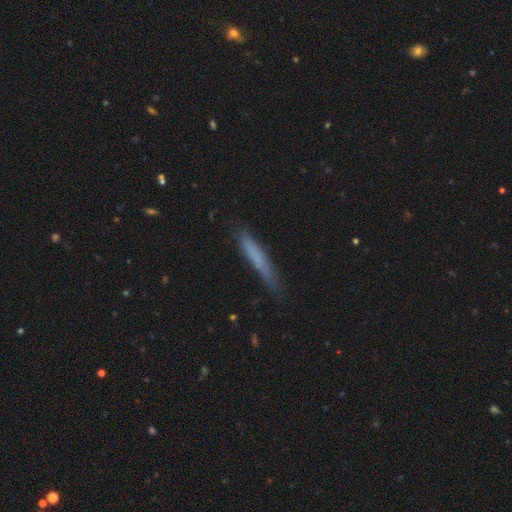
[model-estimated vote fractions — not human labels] Morphology: type=smooth (65%); roundness=cigar-shaped (95%); merging=none (74%).